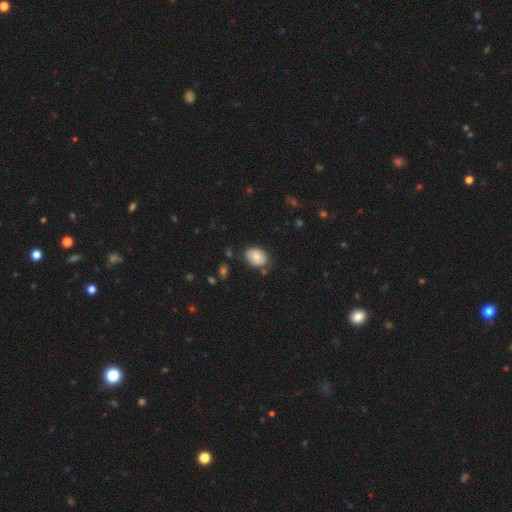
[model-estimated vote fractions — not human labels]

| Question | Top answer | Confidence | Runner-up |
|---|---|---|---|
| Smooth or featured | smooth | 75% | featured or disk (18%) |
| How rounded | in between | 70% | round (29%) |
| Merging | none | 77% | minor disturbance (17%) |